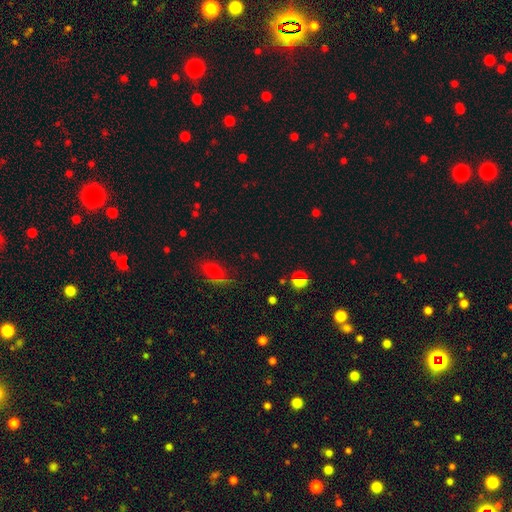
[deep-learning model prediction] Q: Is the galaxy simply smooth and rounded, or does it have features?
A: star or artifact — 53%.